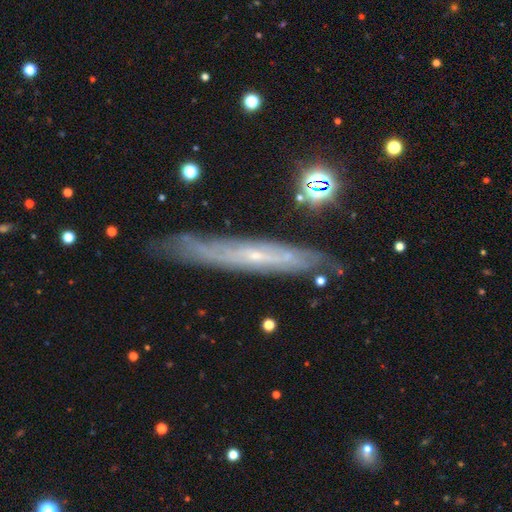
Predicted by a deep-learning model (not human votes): The model was most divided on "edge-on disk": yes: 67%, no: 33%. More confident: merging — none (79%); smooth or featured — featured or disk (73%).